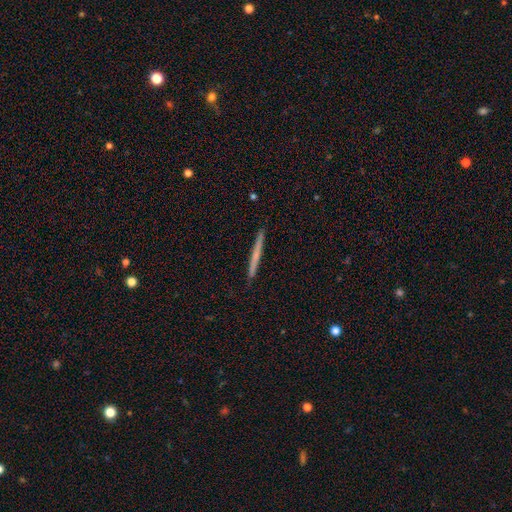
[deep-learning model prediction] A featured or disk galaxy (48%). Merging: none (92%).